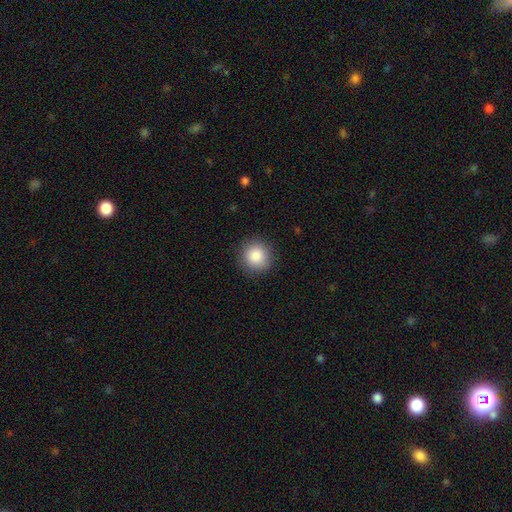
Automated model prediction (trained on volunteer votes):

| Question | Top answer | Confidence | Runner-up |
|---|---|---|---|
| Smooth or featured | smooth | 87% | star or artifact (9%) |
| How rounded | round | 92% | in between (7%) |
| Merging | none | 90% | minor disturbance (7%) |